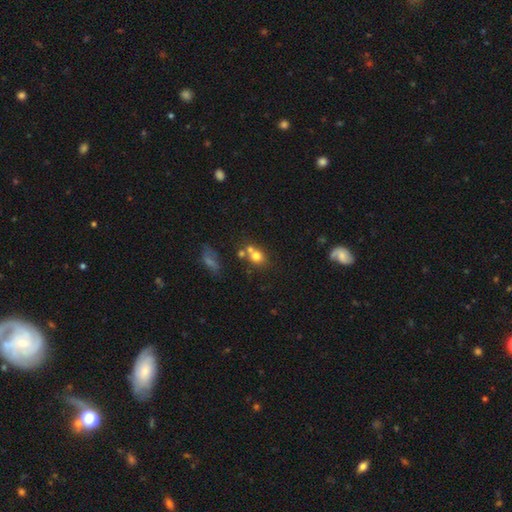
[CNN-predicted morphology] Overall: smooth (71%). How rounded: round (67%; in between 32%). Merging: none (43%; merger 41%).